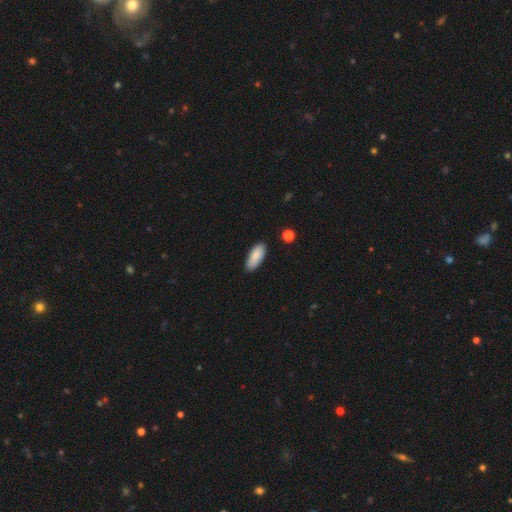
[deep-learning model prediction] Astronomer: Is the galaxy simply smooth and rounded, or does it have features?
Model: smooth — 86%.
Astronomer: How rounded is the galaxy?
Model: in between — 82%.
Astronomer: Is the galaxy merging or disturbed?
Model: none — 86%.